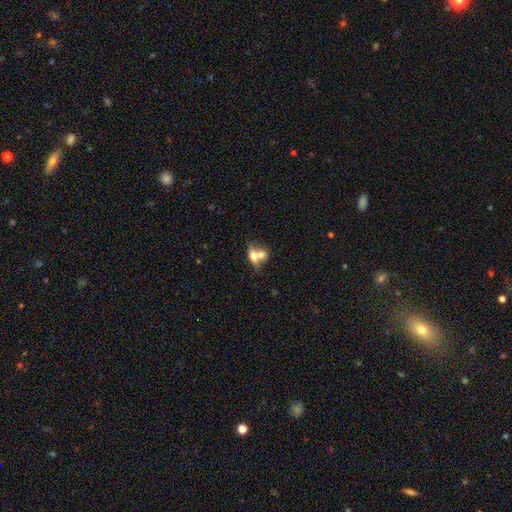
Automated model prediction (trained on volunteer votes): Morphology: type=smooth (64%); roundness=in between (64%); merging=merger (69%).